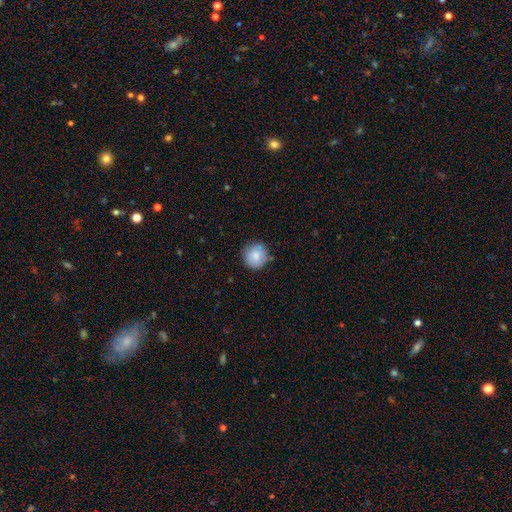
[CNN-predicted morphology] smooth 83%, featured or disk 10%, star or artifact 8%. Down the decision tree: how rounded — round (93%); merging — none (80%).